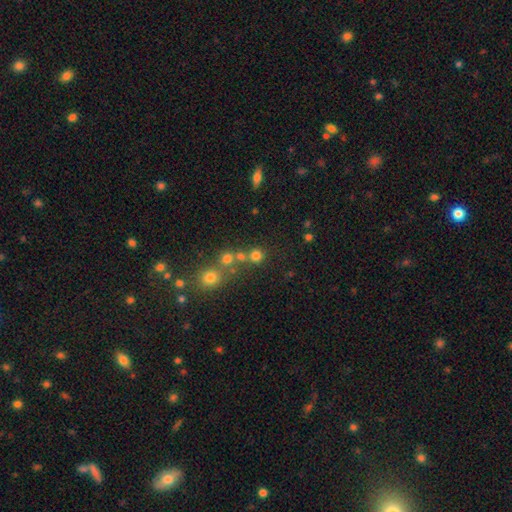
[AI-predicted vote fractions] Smooth or featured: smooth — 73% (star or artifact — 19%)
How rounded: round — 91% (in between — 8%)
Merging: none — 65% (merger — 24%)